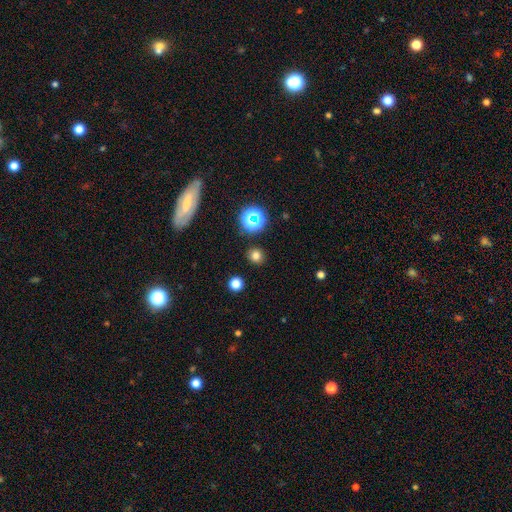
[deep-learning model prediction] The model was most divided on "smooth or featured": smooth: 74%, star or artifact: 20%, featured or disk: 7%. More confident: merging — none (89%); how rounded — round (84%).